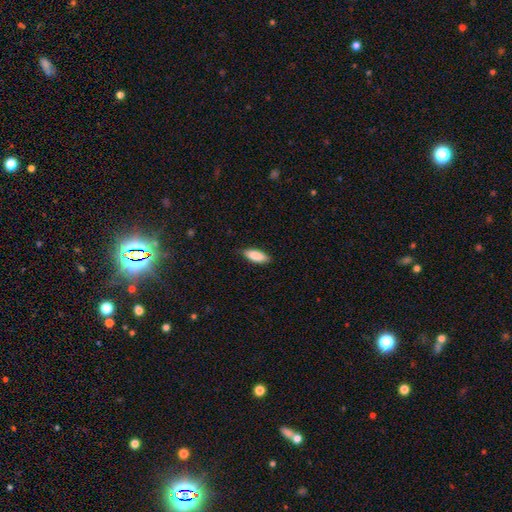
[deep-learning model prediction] The model was most divided on "how rounded": in between: 76%, cigar-shaped: 22%, round: 2%. More confident: smooth or featured — smooth (88%); merging — none (85%).